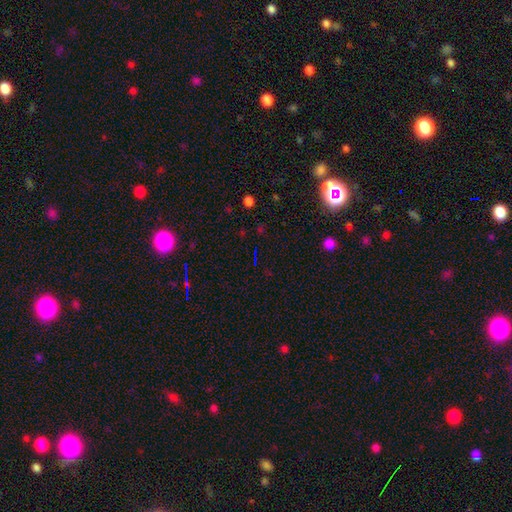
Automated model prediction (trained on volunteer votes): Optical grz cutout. It shows a star or artifact, not a galaxy (70%).